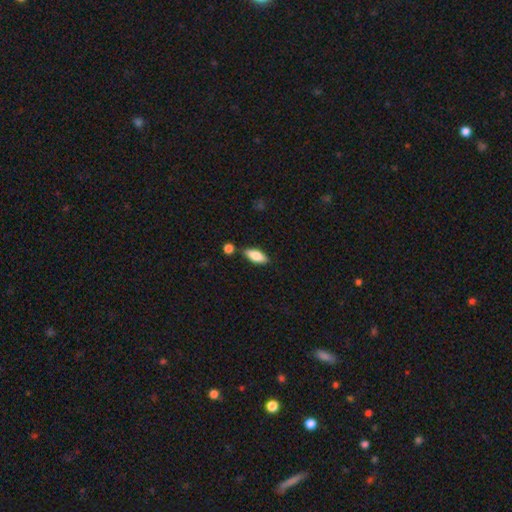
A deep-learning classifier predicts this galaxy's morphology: smooth-or-featured: smooth: 79% | featured or disk: 14% | star or artifact: 6%
  how-rounded: in between: 79% | cigar-shaped: 19% | round: 2%
  merging: none: 81% | minor disturbance: 11% | merger: 6% | major disturbance: 2%